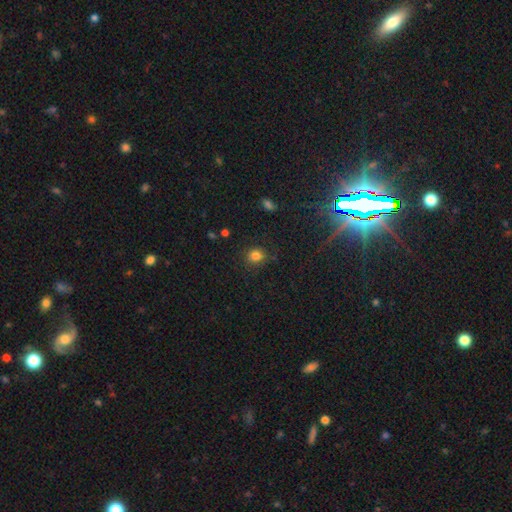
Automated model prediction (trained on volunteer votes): Morphology: type=smooth (81%); roundness=round (76%); merging=none (82%).